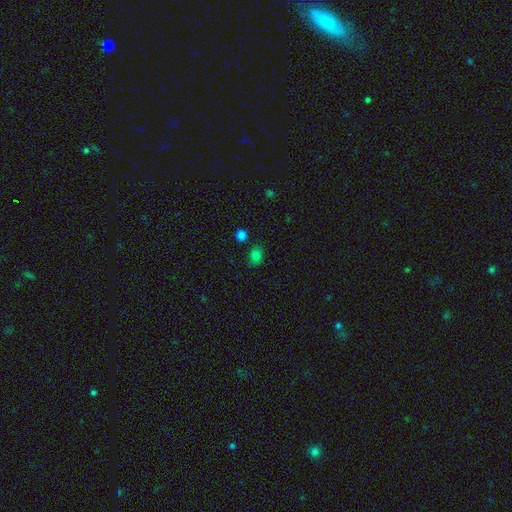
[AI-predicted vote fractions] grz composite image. It shows a smooth galaxy with no disk features (71%) that is round (51%). Merging: none (67%).